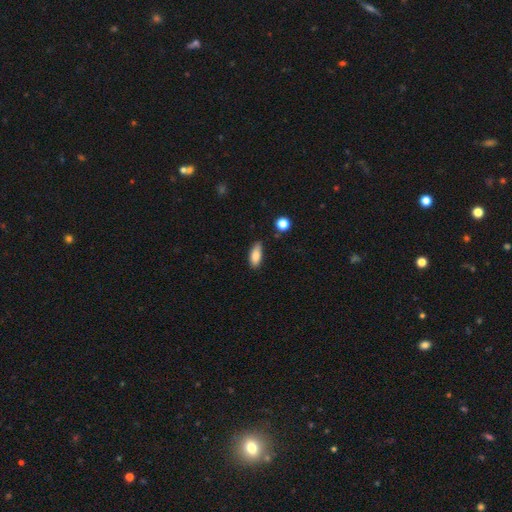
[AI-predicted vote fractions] Smooth or featured?
  - smooth: 85% *
  - star or artifact: 8%
  - featured or disk: 7%
How rounded?
  - in between: 79% *
  - cigar-shaped: 18%
  - round: 3%
Merging?
  - none: 70% *
  - minor disturbance: 23%
  - major disturbance: 4%
  - merger: 3%